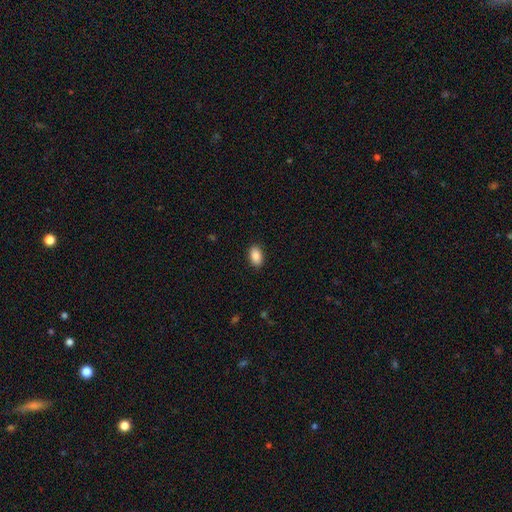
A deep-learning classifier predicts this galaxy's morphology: smooth-or-featured: smooth: 88% | star or artifact: 7% | featured or disk: 4%
  how-rounded: in between: 90% | round: 9% | cigar-shaped: 2%
  merging: none: 89% | minor disturbance: 8% | major disturbance: 2% | merger: 1%